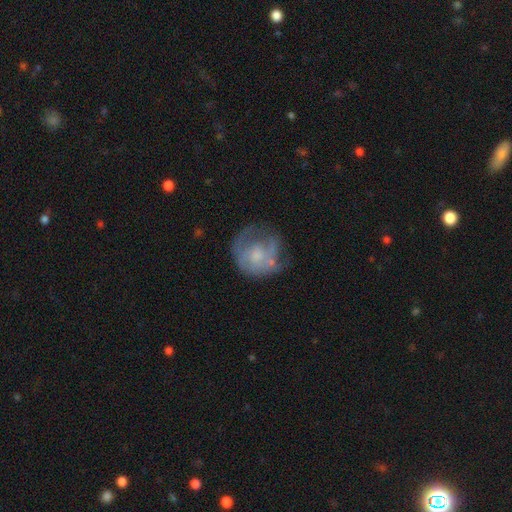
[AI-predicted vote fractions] Smooth or featured? featured or disk (51%)
Edge-on disk? no (98%)
Merging? none (42%)